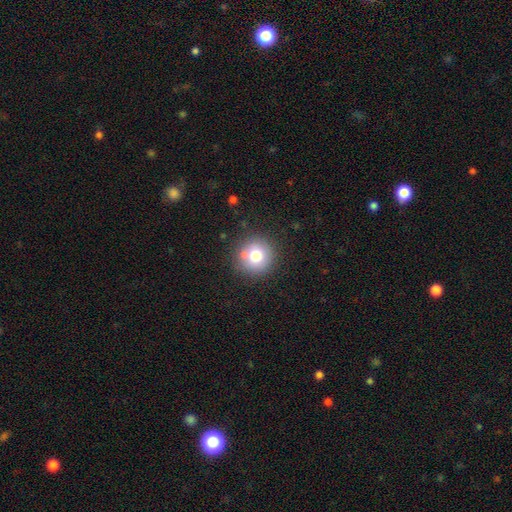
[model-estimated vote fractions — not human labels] Morphology: type=smooth (74%); roundness=round (93%); merging=none (79%).